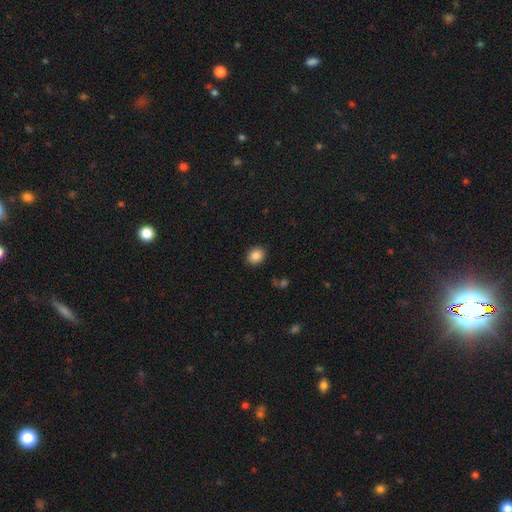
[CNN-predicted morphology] A smooth galaxy with no disk features (87%) that is round (50%).

Vote fractions:
- Smooth or featured? smooth: 87% / star or artifact: 9% / featured or disk: 4%
- How rounded? round: 50% / in between: 49% / cigar-shaped: 1%
- Merging? none: 89% / minor disturbance: 8% / major disturbance: 2% / merger: 1%